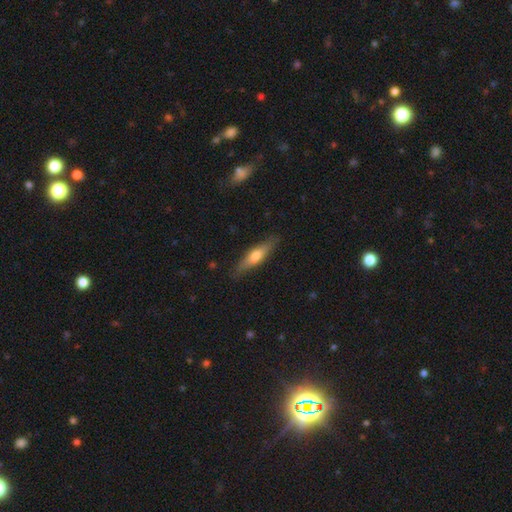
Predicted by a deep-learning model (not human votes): Overall: smooth (54%; featured or disk 40%). How rounded: cigar-shaped (71%). Merging: none (85%).